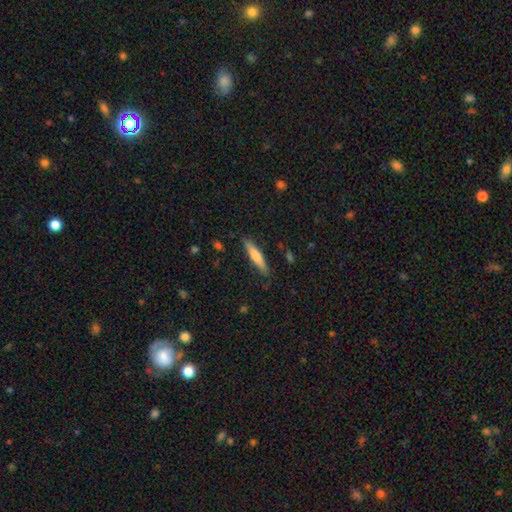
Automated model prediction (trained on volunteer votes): smooth-or-featured: smooth: 56% | featured or disk: 38% | star or artifact: 6%
  how-rounded: cigar-shaped: 87% | in between: 11% | round: 1%
  merging: none: 87% | minor disturbance: 10% | major disturbance: 2% | merger: 1%